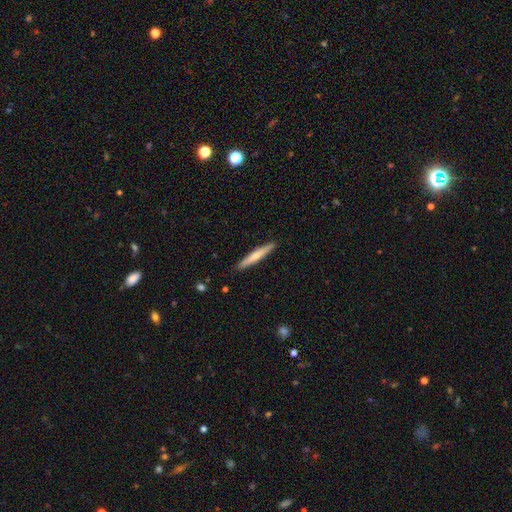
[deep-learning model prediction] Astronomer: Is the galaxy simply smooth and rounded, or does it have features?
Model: smooth — 61%.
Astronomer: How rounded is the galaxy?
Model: cigar-shaped — 95%.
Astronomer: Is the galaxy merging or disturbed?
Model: none — 91%.